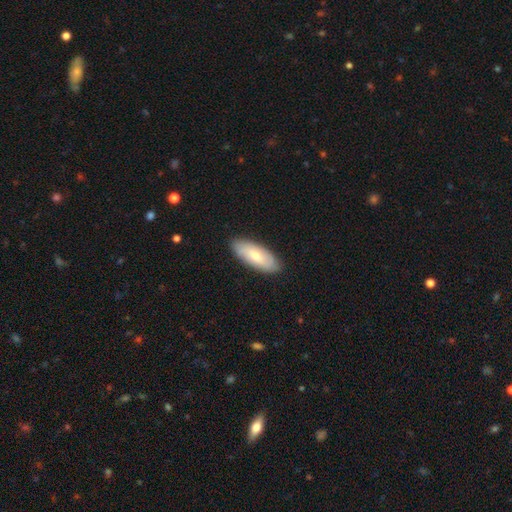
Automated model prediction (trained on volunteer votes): A smooth galaxy with no disk features (68%) that is in between round and cigar-shaped (81%). Merging: none (88%).